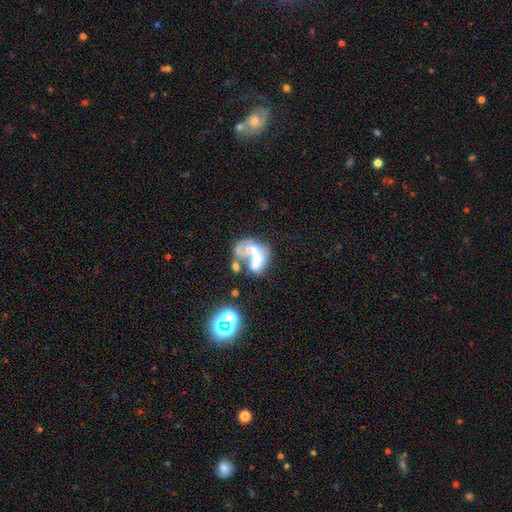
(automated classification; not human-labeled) Q: Smooth or featured?
A: featured or disk (59%); runner-up: smooth (27%)
Q: Edge-on disk?
A: no (98%); runner-up: yes (2%)
Q: Bar?
A: no (77%); runner-up: weak (13%)
Q: Spiral arms?
A: no (74%); runner-up: yes (26%)
Q: Bulge size?
A: none (53%); runner-up: moderate (19%)
Q: Merging?
A: merger (40%); runner-up: major disturbance (34%)